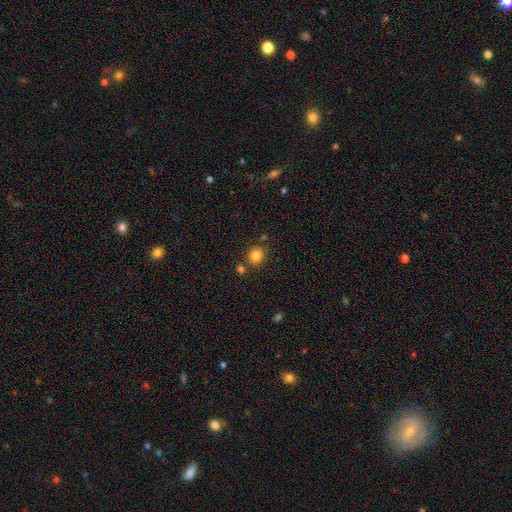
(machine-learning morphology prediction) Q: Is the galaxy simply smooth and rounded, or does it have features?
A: smooth — 83%.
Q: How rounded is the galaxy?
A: round — 83%.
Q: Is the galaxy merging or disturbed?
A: none — 78%.